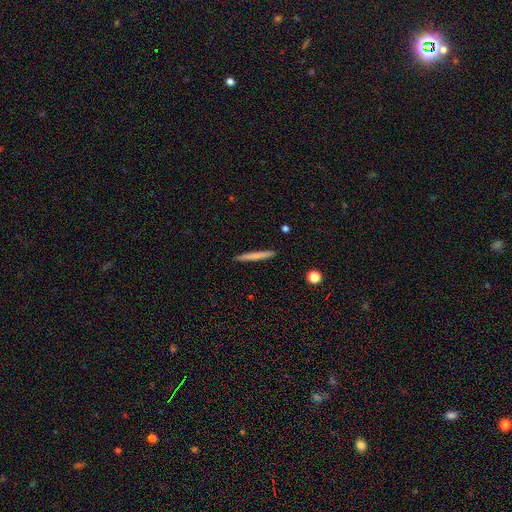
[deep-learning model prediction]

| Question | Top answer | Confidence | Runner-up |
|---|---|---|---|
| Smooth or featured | smooth | 70% | featured or disk (24%) |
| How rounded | cigar-shaped | 96% | in between (2%) |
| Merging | none | 92% | minor disturbance (6%) |